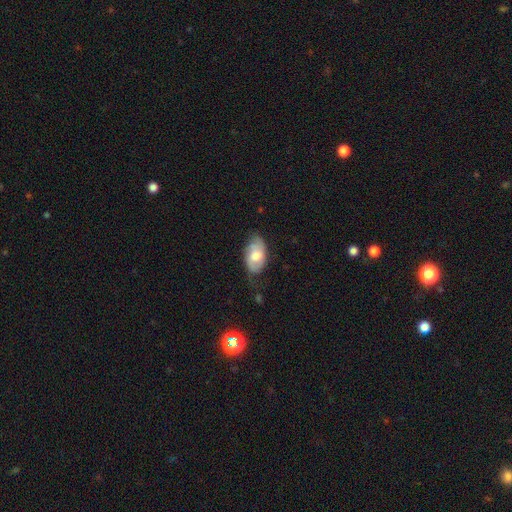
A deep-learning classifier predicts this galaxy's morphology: This is possibly a featured or disk galaxy (48%). Merging: possibly none (60%).